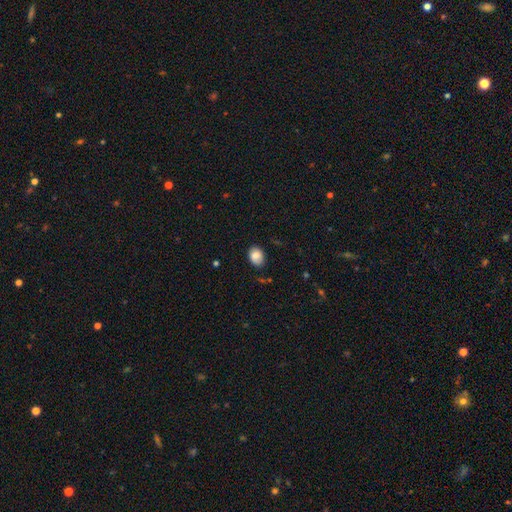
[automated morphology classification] A smooth galaxy with no disk features (83%) that is in between round and cigar-shaped (70%). Merging: none (79%).